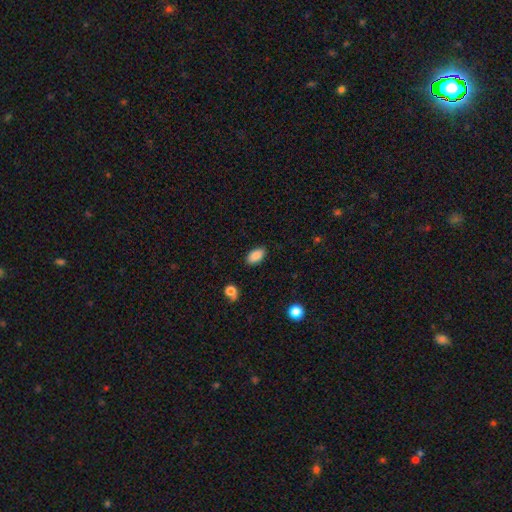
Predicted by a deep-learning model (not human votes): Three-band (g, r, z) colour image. It shows a smooth galaxy with no disk features (88%) that is in between round and cigar-shaped (93%). Merging: none (86%).